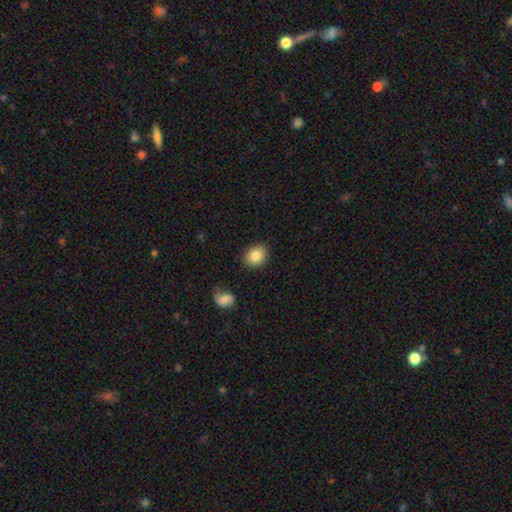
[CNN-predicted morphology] smooth_or_featured: smooth (p=0.85) [alt: star or artifact p=0.08]
how_rounded: in between (p=0.53) [alt: round p=0.46]
merging: none (p=0.86) [alt: minor disturbance p=0.09]